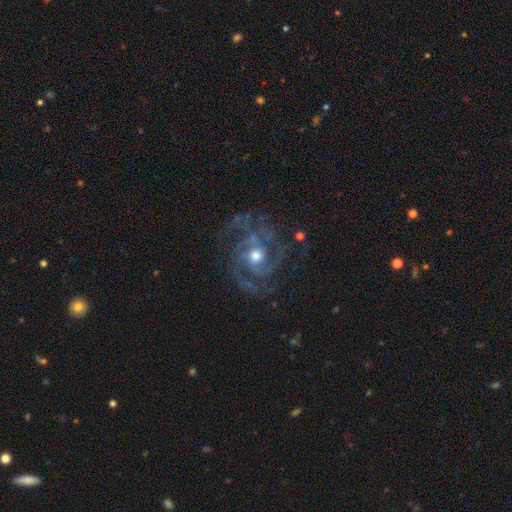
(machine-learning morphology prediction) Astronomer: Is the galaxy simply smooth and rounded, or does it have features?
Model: featured or disk — 88%.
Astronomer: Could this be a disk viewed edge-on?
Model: no — 98%.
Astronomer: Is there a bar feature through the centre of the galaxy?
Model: no — 65%.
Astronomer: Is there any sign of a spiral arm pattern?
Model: yes — 95%.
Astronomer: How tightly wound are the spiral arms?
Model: medium — 48% (runner-up: tight, 40%).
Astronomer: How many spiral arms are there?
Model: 2 — 35% (runner-up: 3, 31%).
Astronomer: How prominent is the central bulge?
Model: moderate — 70%.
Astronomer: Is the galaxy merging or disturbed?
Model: none — 67%.